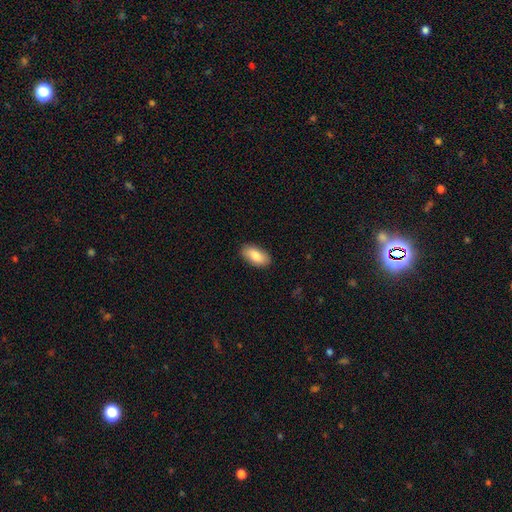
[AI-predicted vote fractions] Smooth or featured? smooth (85%)
How rounded? in between (93%)
Merging? none (87%)